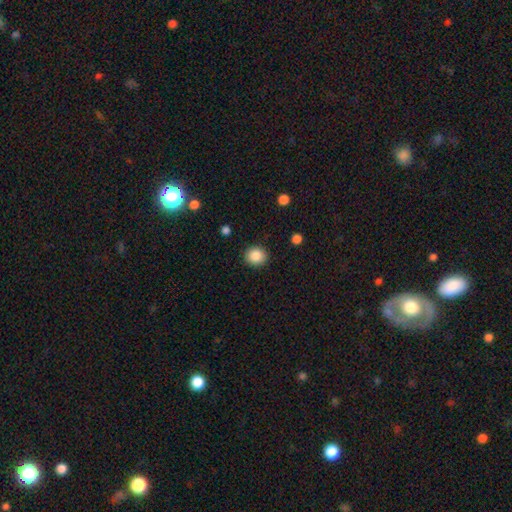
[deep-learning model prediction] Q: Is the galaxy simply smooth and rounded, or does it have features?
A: smooth — 86%.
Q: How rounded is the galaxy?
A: round — 82%.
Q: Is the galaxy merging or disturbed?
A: none — 90%.